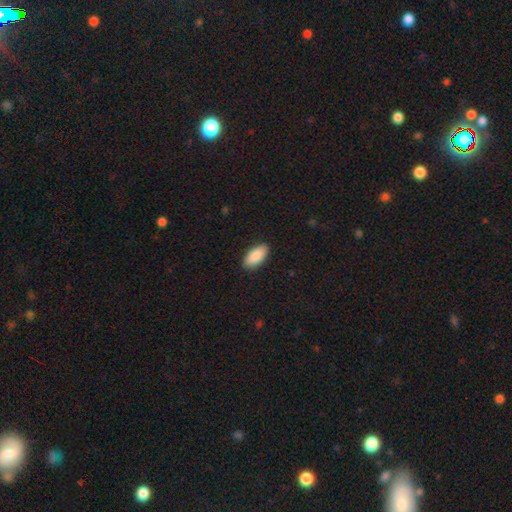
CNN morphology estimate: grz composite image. It shows a smooth galaxy with no disk features (89%) that is in between round and cigar-shaped (91%). Merging: none (90%).